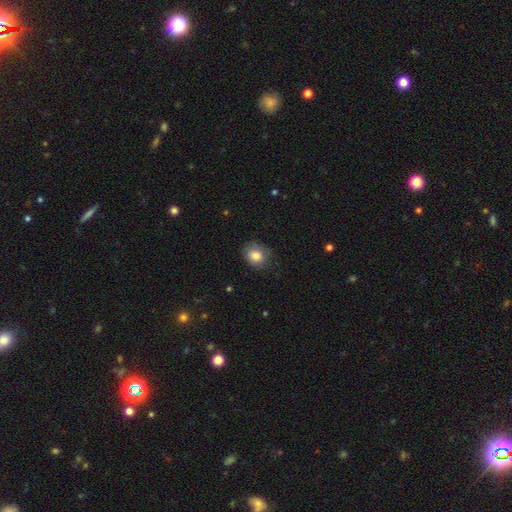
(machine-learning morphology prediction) Smooth or featured: smooth — 82% (featured or disk — 9%)
How rounded: round — 57% (in between — 42%)
Merging: none — 71% (minor disturbance — 22%)